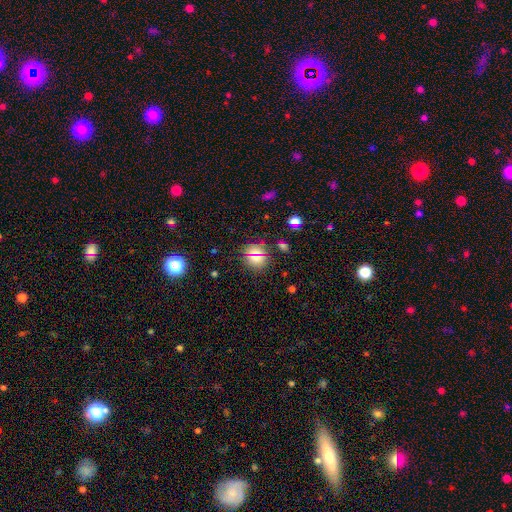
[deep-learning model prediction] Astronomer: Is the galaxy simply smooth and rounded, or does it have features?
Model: smooth — 63%.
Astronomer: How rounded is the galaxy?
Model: round — 85%.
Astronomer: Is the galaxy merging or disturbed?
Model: none — 85%.